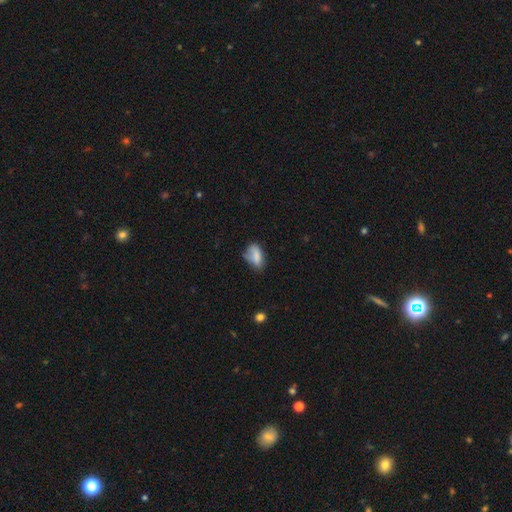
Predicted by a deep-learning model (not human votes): This appears to be a smooth galaxy with no disk features (77%) that is in between round and cigar-shaped (88%). Merging: none (44%).